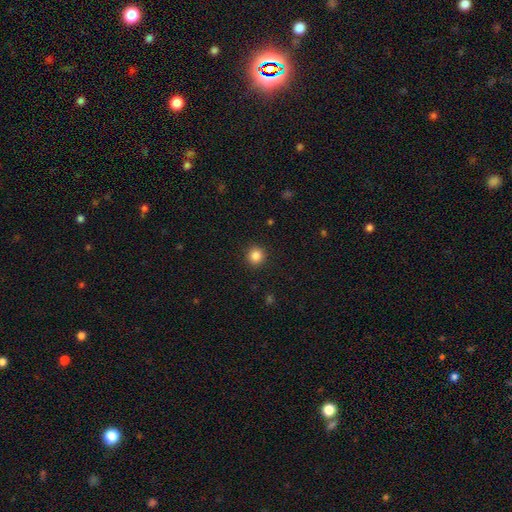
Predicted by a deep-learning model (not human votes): Q: Smooth or featured?
A: smooth (85%); runner-up: star or artifact (11%)
Q: How rounded?
A: round (93%); runner-up: in between (6%)
Q: Merging?
A: none (92%); runner-up: minor disturbance (5%)